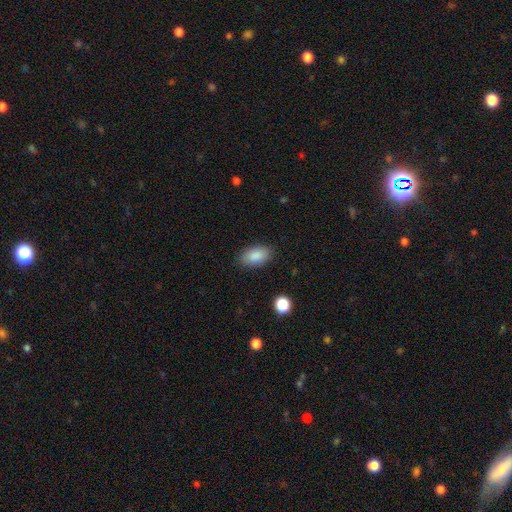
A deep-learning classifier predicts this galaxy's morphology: Smooth or featured? smooth (87%)
How rounded? in between (93%)
Merging? none (86%)